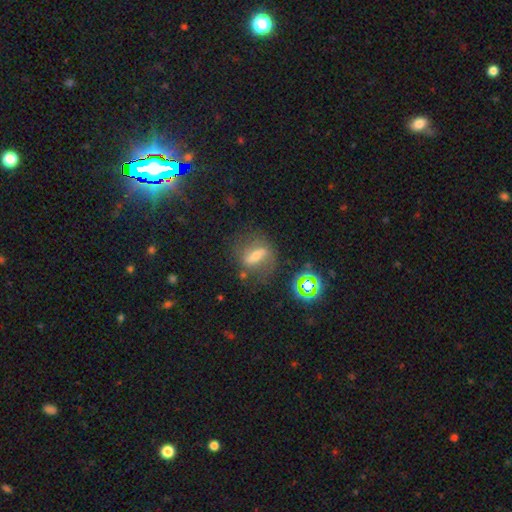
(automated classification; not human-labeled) Overall: featured or disk (52%; smooth 32%). Edge-on disk: no (82%). Merging: none (59%; minor disturbance 20%).